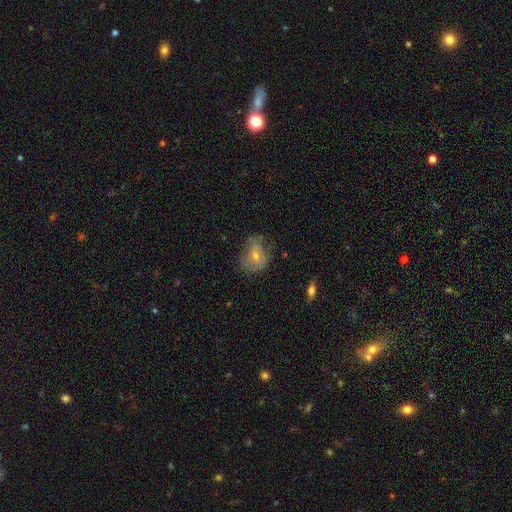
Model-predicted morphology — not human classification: type=smooth (49%); merging=none (50%).